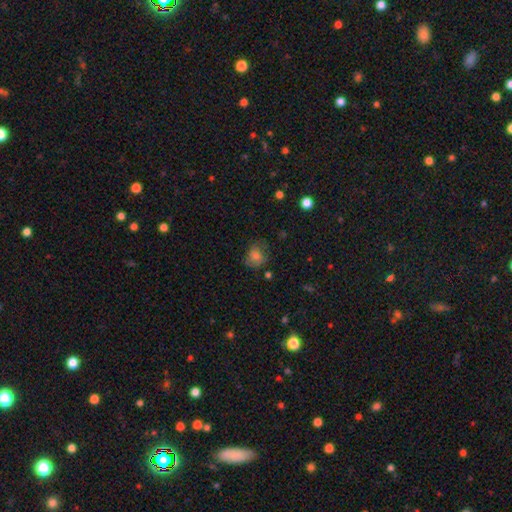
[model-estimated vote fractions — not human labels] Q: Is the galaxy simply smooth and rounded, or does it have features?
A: smooth — 70%.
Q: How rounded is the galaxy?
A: round — 61%.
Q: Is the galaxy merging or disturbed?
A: none — 61%.